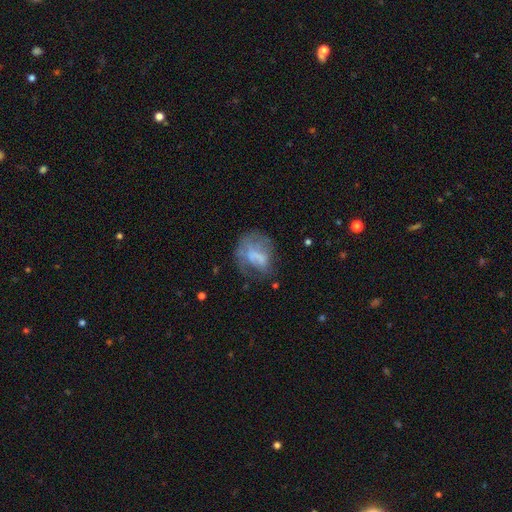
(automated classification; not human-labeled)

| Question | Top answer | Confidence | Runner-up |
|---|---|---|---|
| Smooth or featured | smooth | 48% | featured or disk (40%) |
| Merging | none | 36% | major disturbance (35%) |